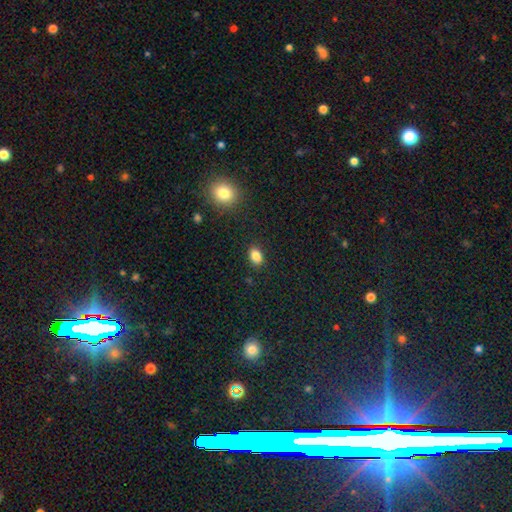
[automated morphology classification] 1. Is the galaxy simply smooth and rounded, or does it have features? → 84% smooth, 11% star or artifact, 5% featured or disk.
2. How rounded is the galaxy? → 77% in between, 21% round, 1% cigar-shaped.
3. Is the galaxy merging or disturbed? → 87% none, 9% minor disturbance, 2% major disturbance, 1% merger.